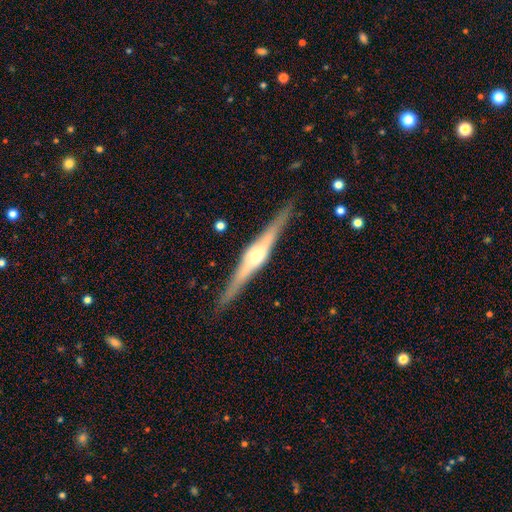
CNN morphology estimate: A featured or disk galaxy (80%) viewed edge-on (98%) with a rounded central bulge (83%).

Vote fractions:
- Smooth or featured? featured or disk: 80% / smooth: 15% / star or artifact: 5%
- Edge-on disk? yes: 98% / no: 2%
- Edge-on bulge? rounded: 83% / boxy: 13% / none: 4%
- Merging? none: 88% / minor disturbance: 9% / major disturbance: 2% / merger: 1%